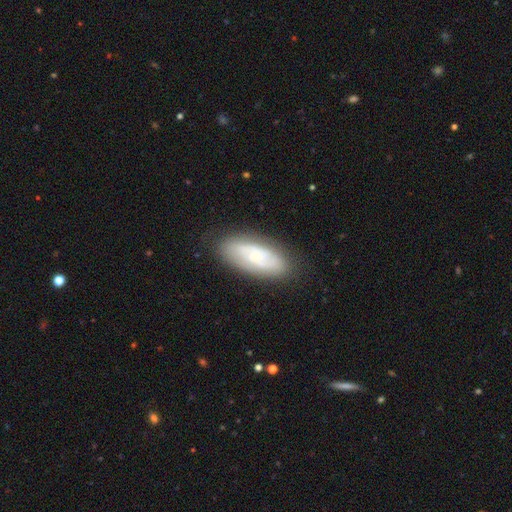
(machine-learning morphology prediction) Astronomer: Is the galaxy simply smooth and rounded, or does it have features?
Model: featured or disk — 54% (runner-up: smooth, 39%).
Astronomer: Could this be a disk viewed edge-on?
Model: no — 87%.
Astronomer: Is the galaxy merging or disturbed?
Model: none — 82%.